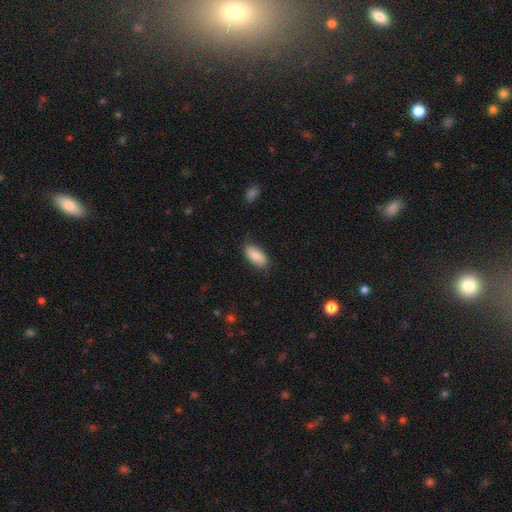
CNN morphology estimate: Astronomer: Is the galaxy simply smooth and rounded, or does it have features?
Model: smooth — 84%.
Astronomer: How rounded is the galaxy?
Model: in between — 92%.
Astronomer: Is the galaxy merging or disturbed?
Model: none — 81%.